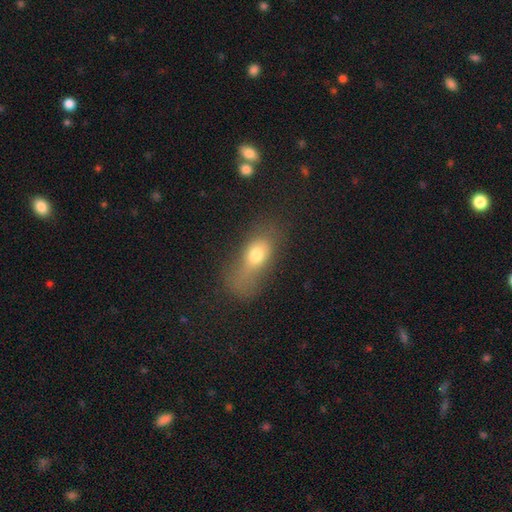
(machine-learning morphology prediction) Smooth or featured? Predicted: smooth (p=0.68). How rounded? Predicted: in between (p=0.75). Merging? Predicted: major disturbance (p=0.41).